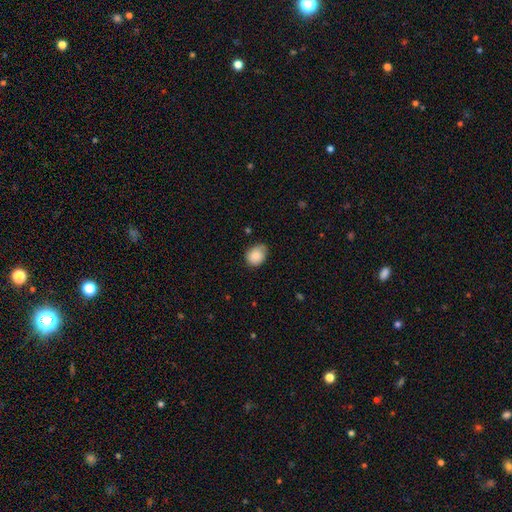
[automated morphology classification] smooth-or-featured: smooth: 87% | star or artifact: 8% | featured or disk: 6%
  how-rounded: in between: 53% | round: 46% | cigar-shaped: 1%
  merging: none: 67% | minor disturbance: 28% | major disturbance: 4% | merger: 1%